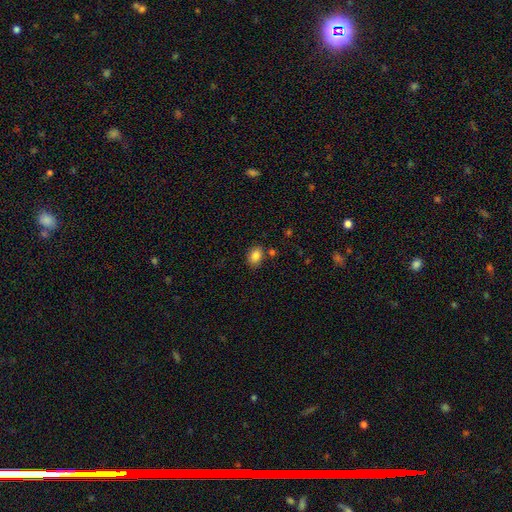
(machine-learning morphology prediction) This is clearly a smooth galaxy (84%). How rounded: likely in between (72%). Merging: likely none (78%).